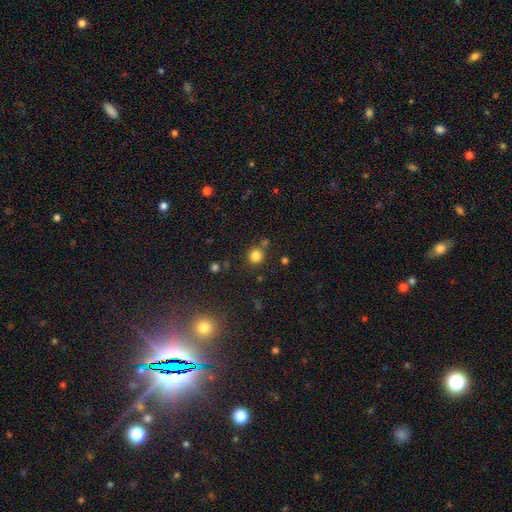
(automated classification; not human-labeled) Smooth or featured? Predicted: smooth (p=0.82). How rounded? Predicted: round (p=0.89). Merging? Predicted: none (p=0.78).